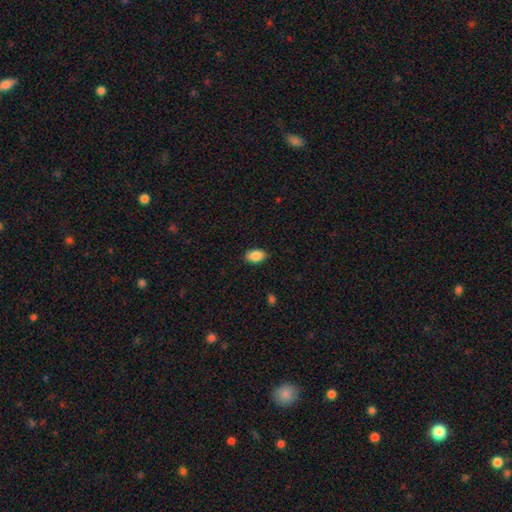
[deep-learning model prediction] Smooth or featured? Predicted: smooth (p=0.88). How rounded? Predicted: in between (p=0.91). Merging? Predicted: none (p=0.87).